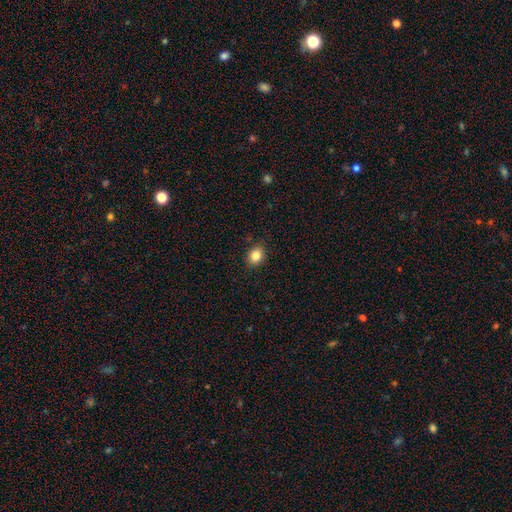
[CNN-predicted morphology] Smooth or featured: smooth — 84% (star or artifact — 10%)
How rounded: in between — 50% (round — 49%)
Merging: none — 88% (minor disturbance — 9%)